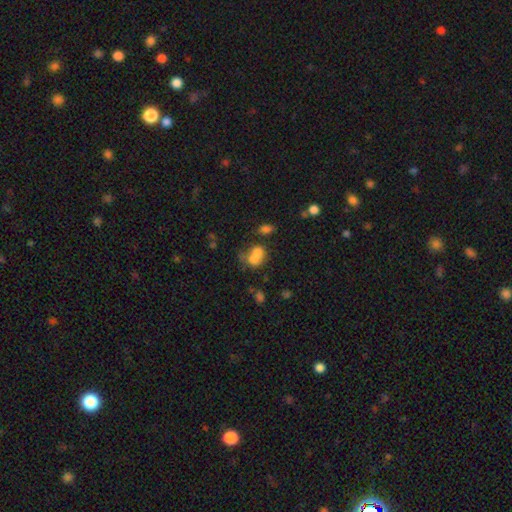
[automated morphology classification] smooth 67%, featured or disk 21%, star or artifact 13%. Down the decision tree: how rounded — round (54%); merging — merger (62%).